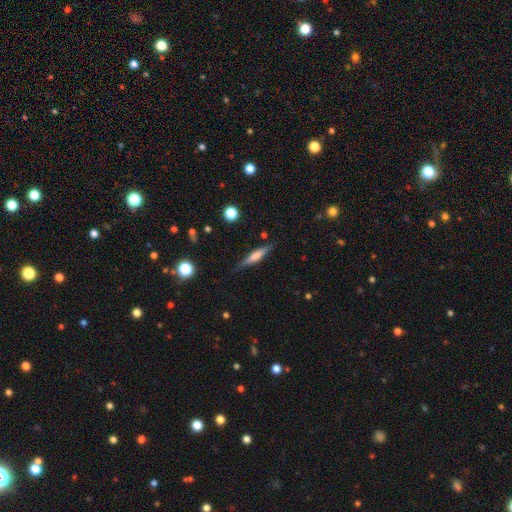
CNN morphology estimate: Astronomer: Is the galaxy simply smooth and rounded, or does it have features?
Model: smooth — 51% (runner-up: featured or disk, 42%).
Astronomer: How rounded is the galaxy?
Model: cigar-shaped — 86%.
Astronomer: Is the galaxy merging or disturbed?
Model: none — 82%.